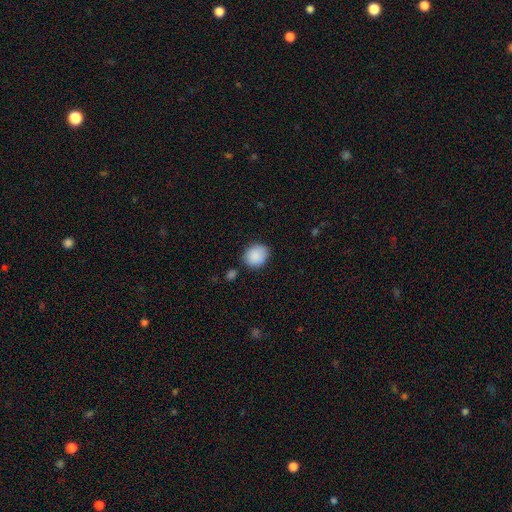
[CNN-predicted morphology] This is clearly a smooth galaxy (88%). How rounded: likely round (61%). Merging: likely none (75%).